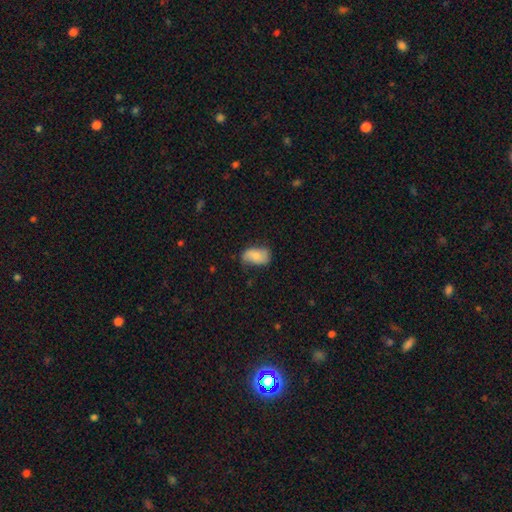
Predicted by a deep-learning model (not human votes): Morphology: type=smooth (70%); roundness=in between (91%); merging=none (55%).